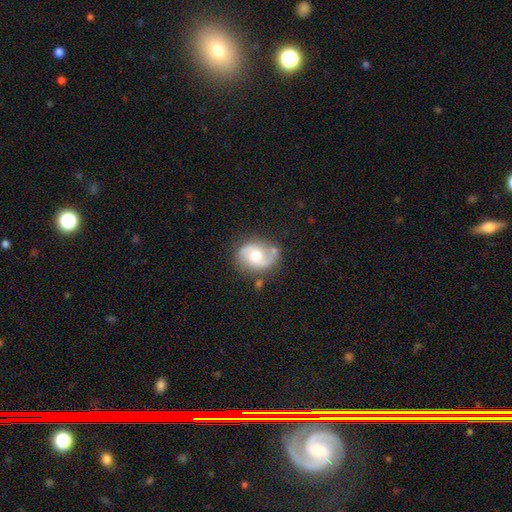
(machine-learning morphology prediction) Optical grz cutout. It shows a featured or disk galaxy (65%) with no bar (58%), 2 (80%) medium (47%) spiral arms (85%) and a moderate central bulge (66%). Merging: none (67%).